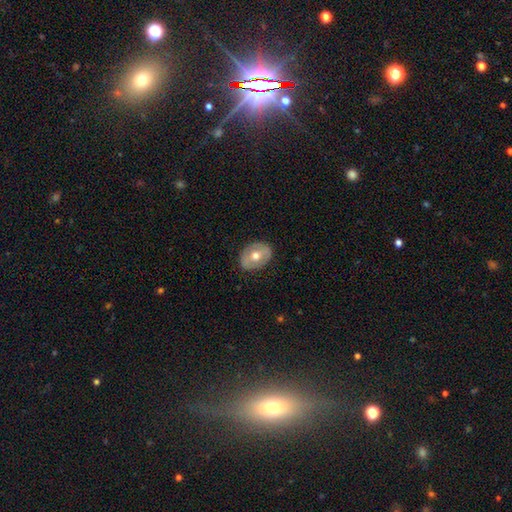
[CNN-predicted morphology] smooth-or-featured: smooth: 50% | featured or disk: 44% | star or artifact: 6%
  merging: none: 83% | minor disturbance: 13% | major disturbance: 3% | merger: 1%